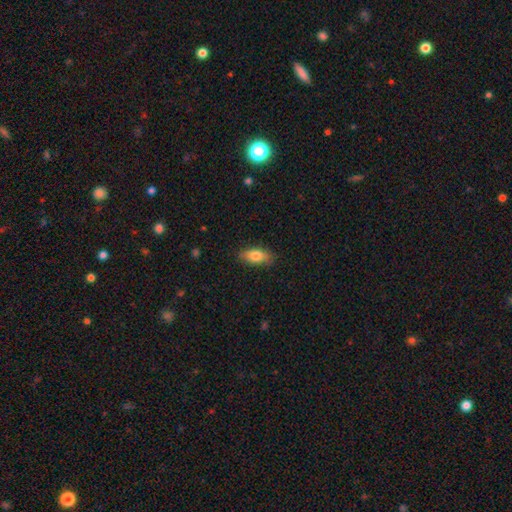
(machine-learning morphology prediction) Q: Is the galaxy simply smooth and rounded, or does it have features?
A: smooth — 79%.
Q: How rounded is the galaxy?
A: in between — 85%.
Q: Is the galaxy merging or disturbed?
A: none — 84%.